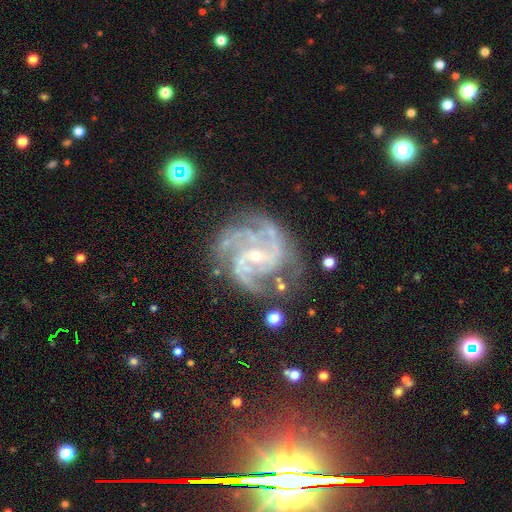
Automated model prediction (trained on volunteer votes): smooth-or-featured: featured or disk: 90% | star or artifact: 6% | smooth: 3%
  disk-edge-on: no: 98% | yes: 2%
    bar: no: 47% | weak: 37% | strong: 16%
    has-spiral-arms: yes: 98% | no: 2%
      spiral-winding: medium: 49% | tight: 41% | loose: 9%
      spiral-arm-count: 3: 35% | 2: 21% | 4: 19% | can't tell: 12% | more than 4: 7% | 1: 6%
    bulge-size: small: 75% | moderate: 21% | none: 2% | large: 1% | dominant: 1%
  merging: none: 67% | minor disturbance: 19% | major disturbance: 12% | merger: 2%